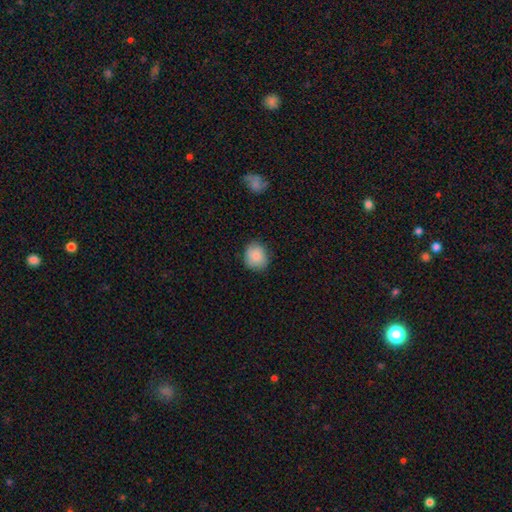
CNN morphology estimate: This is clearly a smooth galaxy (87%). How rounded: likely round (78%). Merging: clearly none (83%).